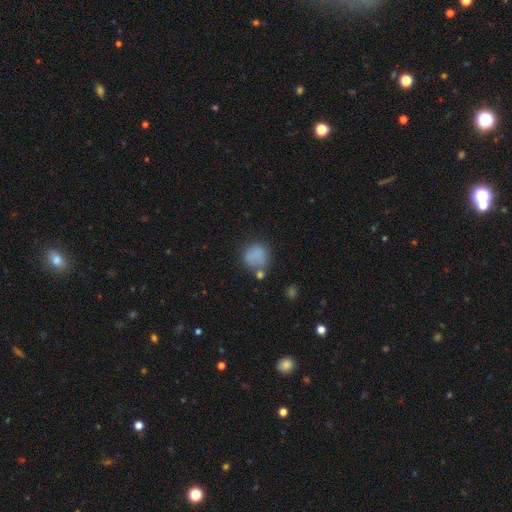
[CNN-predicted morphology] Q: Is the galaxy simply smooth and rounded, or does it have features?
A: smooth — 80%.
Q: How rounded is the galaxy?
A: round — 82%.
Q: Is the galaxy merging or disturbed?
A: none — 61%.